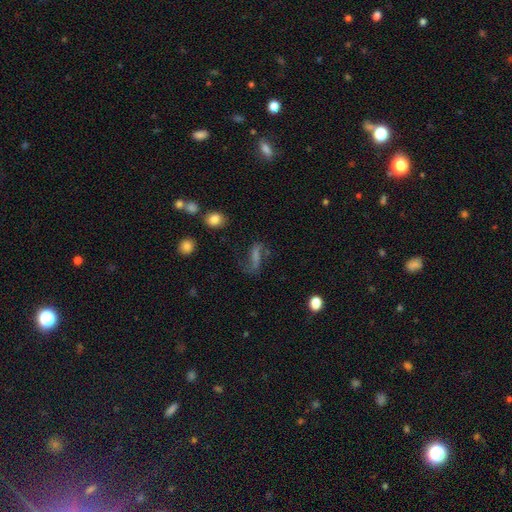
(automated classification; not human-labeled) Smooth or featured?
  - featured or disk: 56% *
  - smooth: 26%
  - star or artifact: 19%
Edge-on disk?
  - no: 89% *
  - yes: 11%
Merging?
  - none: 63% *
  - minor disturbance: 17%
  - major disturbance: 16%
  - merger: 4%